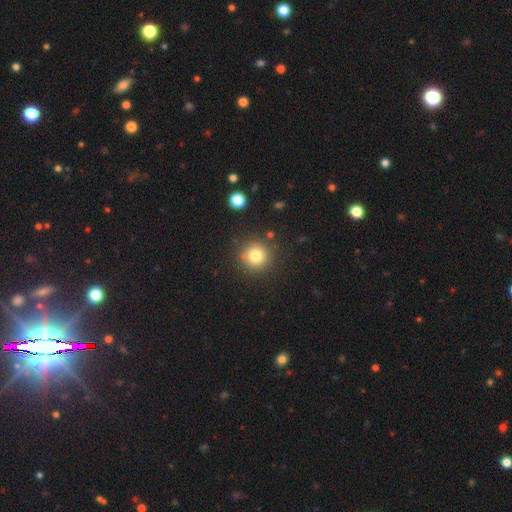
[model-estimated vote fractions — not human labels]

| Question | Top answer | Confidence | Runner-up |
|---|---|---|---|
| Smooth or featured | smooth | 79% | star or artifact (13%) |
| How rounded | round | 94% | in between (5%) |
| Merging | none | 85% | minor disturbance (8%) |